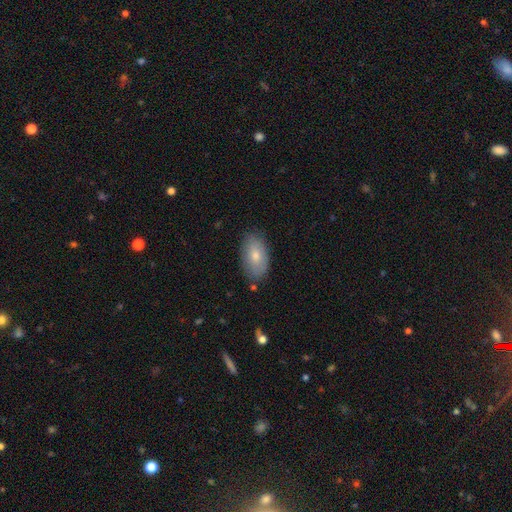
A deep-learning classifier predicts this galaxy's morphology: smooth 75%, featured or disk 18%, star or artifact 6%. Down the decision tree: how rounded — in between (94%); merging — none (81%).